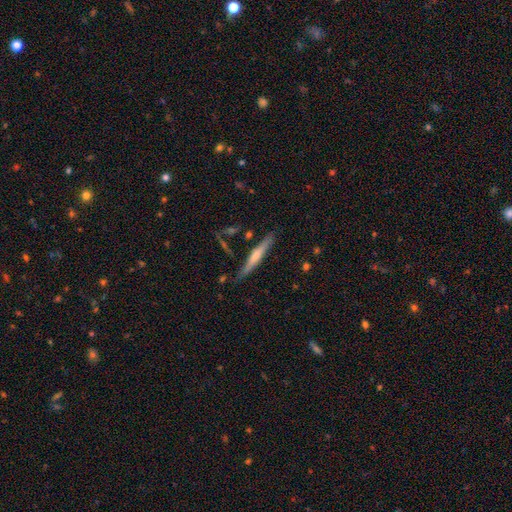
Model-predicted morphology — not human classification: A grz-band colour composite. It shows a featured or disk galaxy (55%) viewed edge-on (95%) with a rounded central bulge (65%). Merging: none (81%).